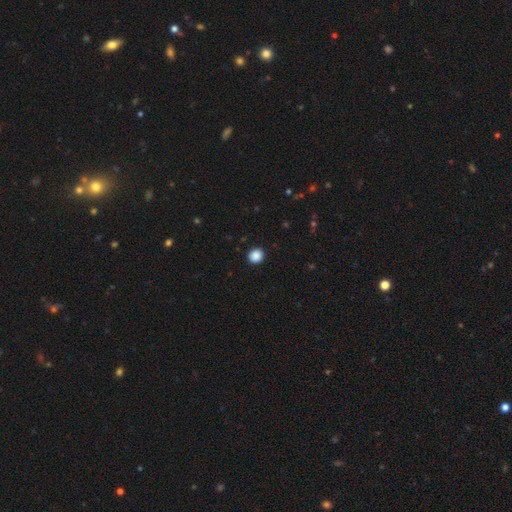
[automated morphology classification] Q: Smooth or featured?
A: smooth (88%); runner-up: star or artifact (9%)
Q: How rounded?
A: round (85%); runner-up: in between (14%)
Q: Merging?
A: none (92%); runner-up: minor disturbance (5%)